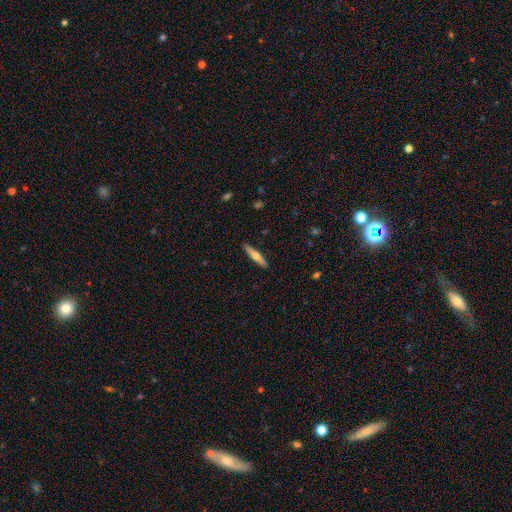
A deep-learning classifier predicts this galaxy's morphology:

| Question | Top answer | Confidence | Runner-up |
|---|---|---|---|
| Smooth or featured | smooth | 47% | tied: featured or disk (47%) |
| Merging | none | 91% | minor disturbance (7%) |